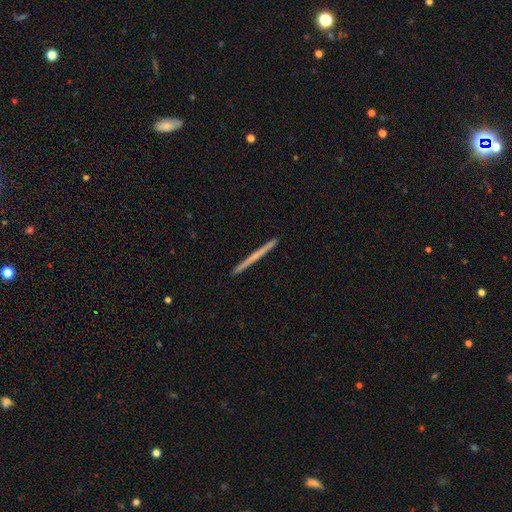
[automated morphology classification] This appears to be a featured or disk galaxy (52%) viewed edge-on (98%) with no central bulge (85%). Merging: none (93%).